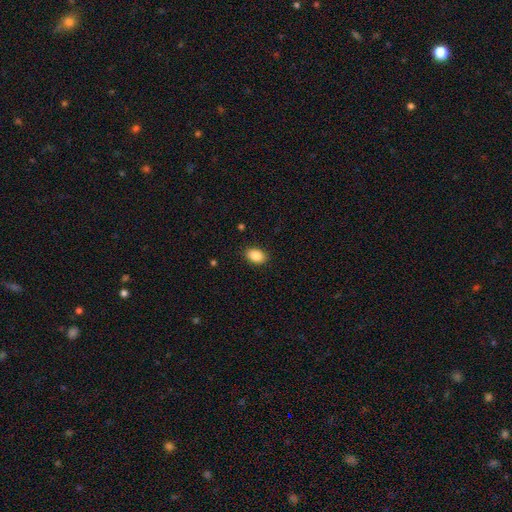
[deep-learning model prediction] A smooth galaxy with no disk features (88%) that is in between round and cigar-shaped (85%). Merging: none (89%).